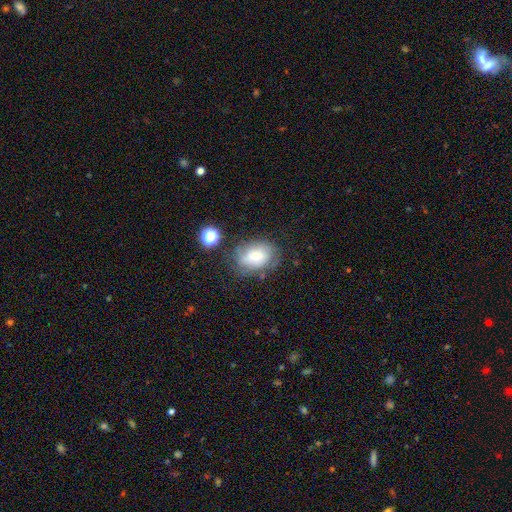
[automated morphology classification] Smooth or featured? Predicted: smooth (p=0.55). How rounded? Predicted: in between (p=0.71). Merging? Predicted: none (p=0.56).